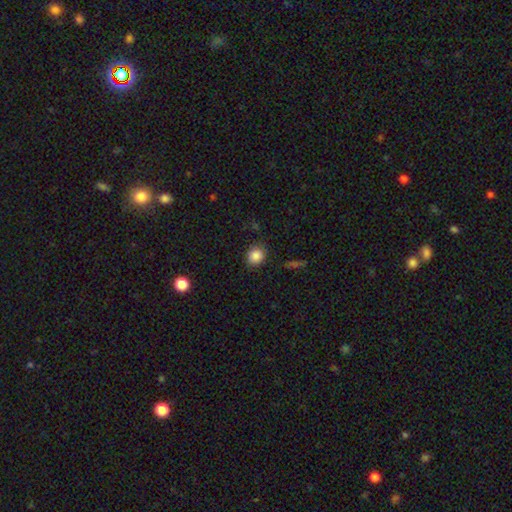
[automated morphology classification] A smooth galaxy with no disk features (86%) that is round (76%). Merging: none (84%).